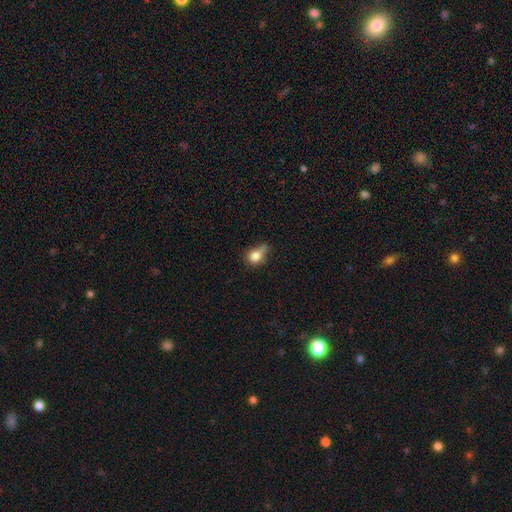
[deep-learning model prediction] A smooth galaxy with no disk features (77%) that is in between round and cigar-shaped (52%).

Vote fractions:
- Smooth or featured? smooth: 77% / featured or disk: 13% / star or artifact: 10%
- How rounded? in between: 52% / round: 45% / cigar-shaped: 3%
- Merging? minor disturbance: 38% / none: 30% / major disturbance: 23% / merger: 9%